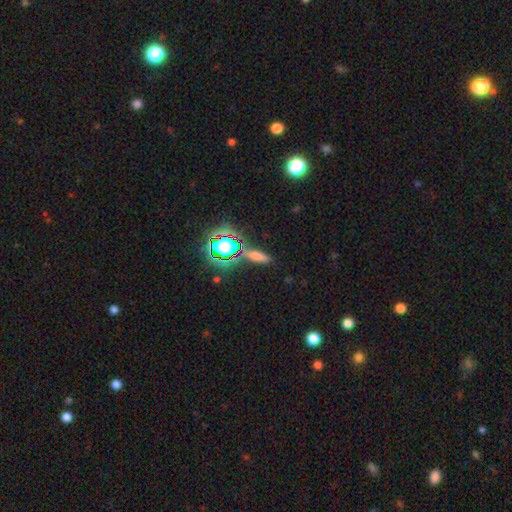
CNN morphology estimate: A smooth galaxy with no disk features (56%) that is cigar-shaped (60%).

Vote fractions:
- Smooth or featured? smooth: 56% / star or artifact: 27% / featured or disk: 17%
- How rounded? cigar-shaped: 60% / in between: 32% / round: 8%
- Merging? none: 77% / minor disturbance: 12% / merger: 6% / major disturbance: 4%